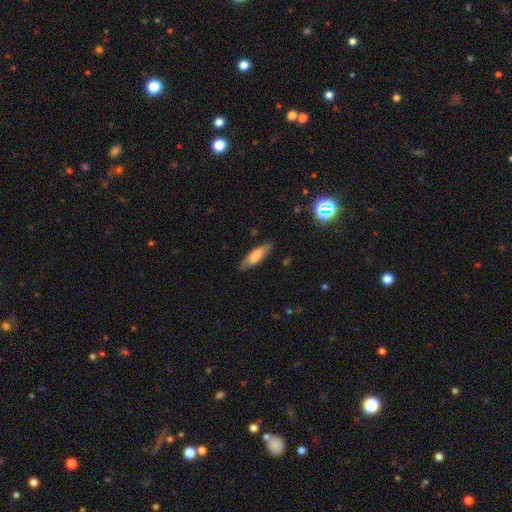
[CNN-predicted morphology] smooth_or_featured: smooth (p=0.70) [alt: featured or disk p=0.24]
how_rounded: in between (p=0.53) [alt: cigar-shaped p=0.45]
merging: none (p=0.79) [alt: minor disturbance p=0.16]